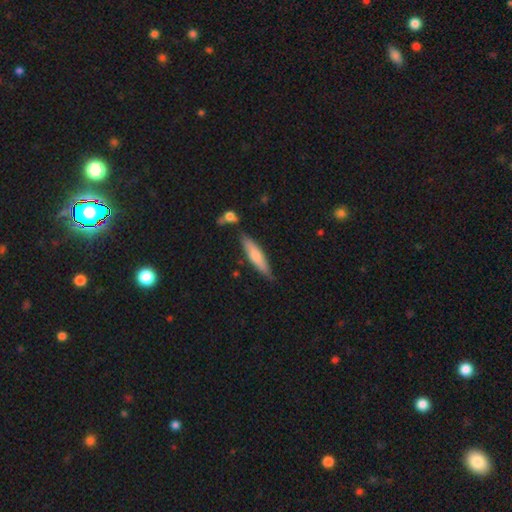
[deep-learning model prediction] The model was most divided on "smooth or featured": smooth: 68%, featured or disk: 27%, star or artifact: 5%. More confident: how rounded — cigar-shaped (79%); merging — none (75%).